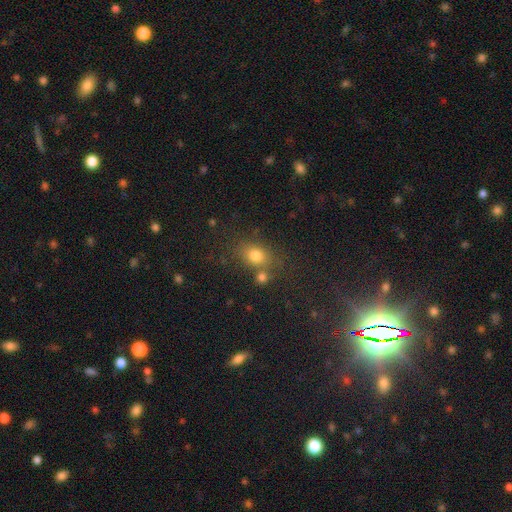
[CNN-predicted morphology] Smooth or featured? Predicted: smooth (p=0.75). How rounded? Predicted: in between (p=0.58). Merging? Predicted: none (p=0.67).